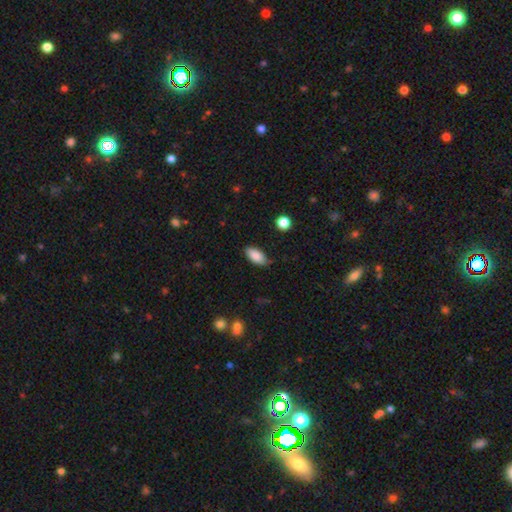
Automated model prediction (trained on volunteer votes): Overall: smooth (87%). How rounded: in between (91%). Merging: none (82%).